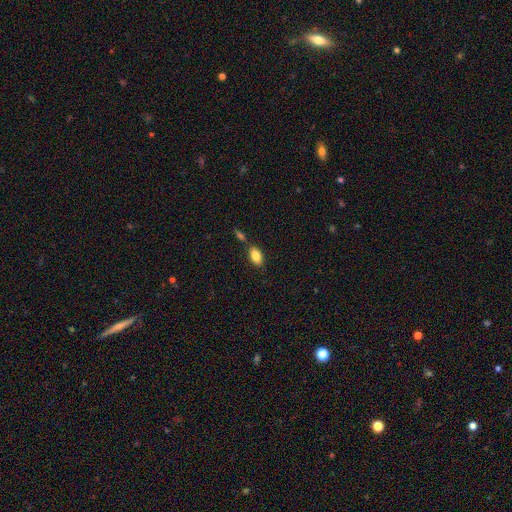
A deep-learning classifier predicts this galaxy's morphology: smooth_or_featured: smooth (p=0.84) [alt: featured or disk p=0.08]
how_rounded: in between (p=0.92) [alt: round p=0.06]
merging: none (p=0.71) [alt: merger p=0.14]